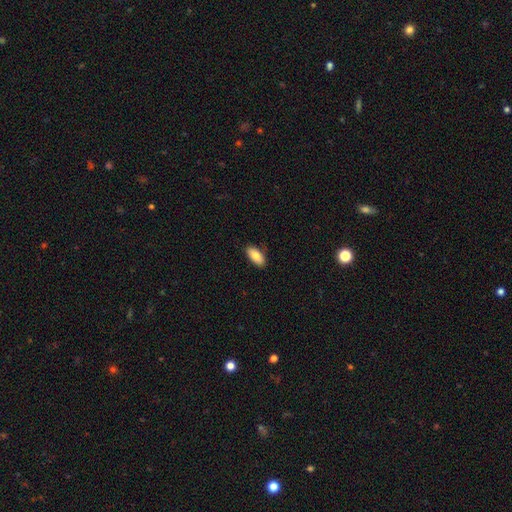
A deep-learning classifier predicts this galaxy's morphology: Smooth or featured? Predicted: smooth (p=0.84). How rounded? Predicted: in between (p=0.88). Merging? Predicted: none (p=0.87).